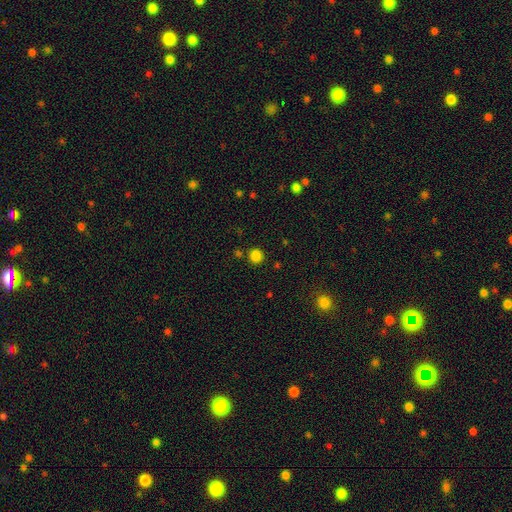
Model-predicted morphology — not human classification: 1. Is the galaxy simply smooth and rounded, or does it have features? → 82% smooth, 14% star or artifact, 4% featured or disk.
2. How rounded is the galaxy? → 91% round, 8% in between, 1% cigar-shaped.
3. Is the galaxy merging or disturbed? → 85% none, 7% minor disturbance, 5% merger, 3% major disturbance.